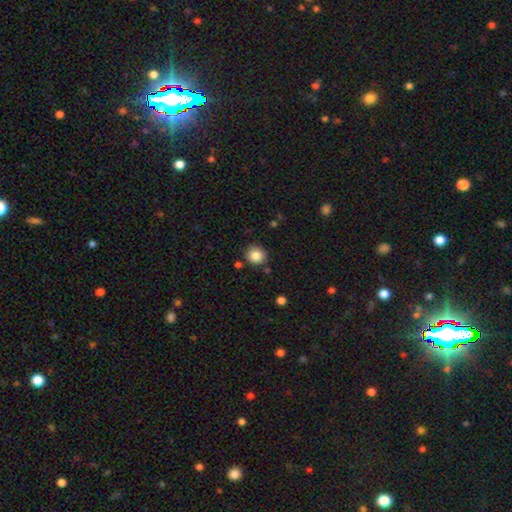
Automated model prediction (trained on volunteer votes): Smooth or featured?
  - smooth: 85% *
  - star or artifact: 10%
  - featured or disk: 5%
How rounded?
  - round: 89% *
  - in between: 10%
  - cigar-shaped: 1%
Merging?
  - none: 84% *
  - minor disturbance: 10%
  - merger: 4%
  - major disturbance: 2%